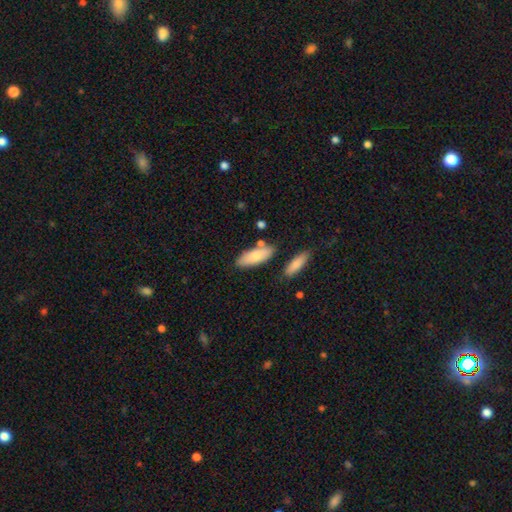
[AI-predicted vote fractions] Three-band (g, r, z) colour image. It shows a smooth galaxy with no disk features (78%) that is in between round and cigar-shaped (73%). Merging: none (74%).